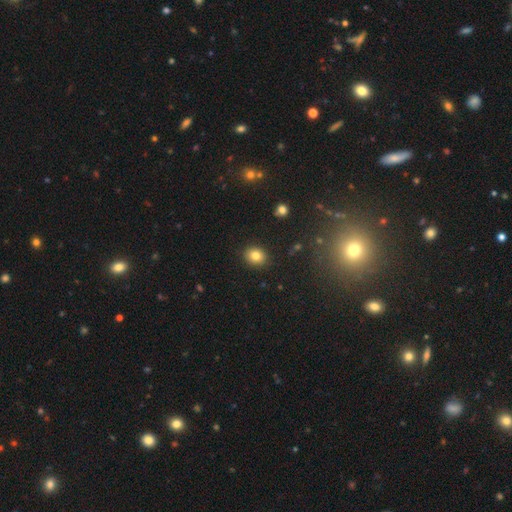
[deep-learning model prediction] smooth 82%, star or artifact 11%, featured or disk 8%. Down the decision tree: how rounded — round (58%); merging — none (90%).